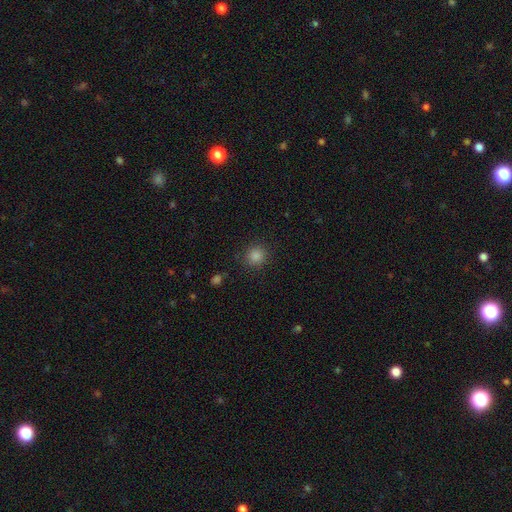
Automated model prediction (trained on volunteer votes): Smooth or featured?
  - smooth: 81% *
  - star or artifact: 15%
  - featured or disk: 4%
How rounded?
  - round: 92% *
  - in between: 7%
  - cigar-shaped: 1%
Merging?
  - none: 89% *
  - minor disturbance: 7%
  - major disturbance: 3%
  - merger: 1%